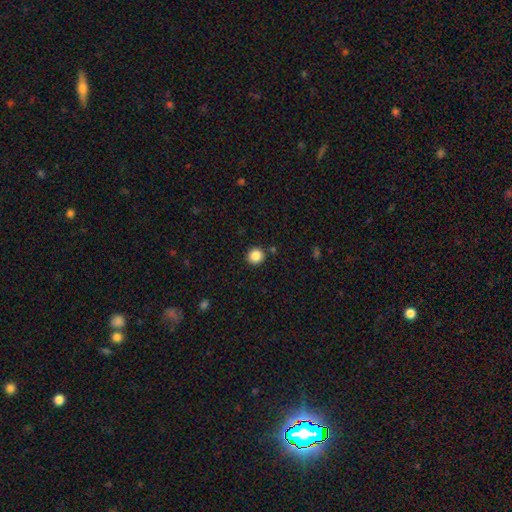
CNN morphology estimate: Smooth or featured? smooth (86%)
How rounded? round (94%)
Merging? none (90%)